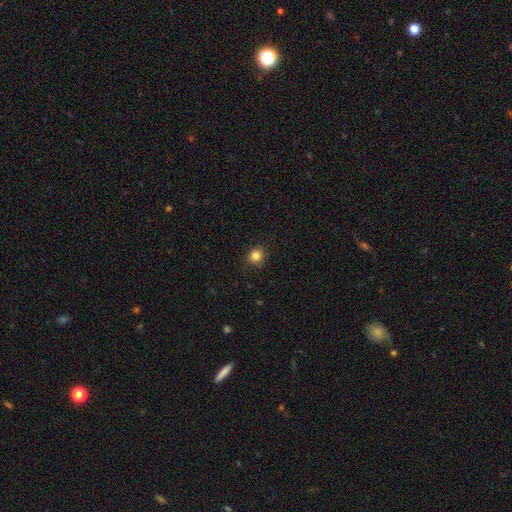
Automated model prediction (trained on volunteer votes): smooth 84%, star or artifact 12%, featured or disk 4%. Down the decision tree: how rounded — round (87%); merging — none (89%).